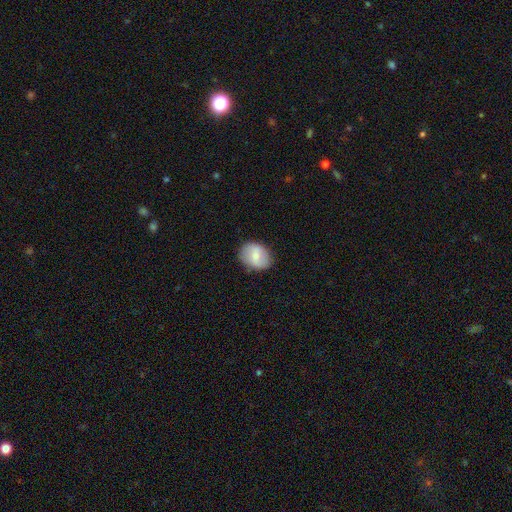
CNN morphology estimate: Q: Smooth or featured?
A: smooth (67%); runner-up: featured or disk (26%)
Q: How rounded?
A: in between (56%); runner-up: round (43%)
Q: Merging?
A: none (82%); runner-up: minor disturbance (14%)